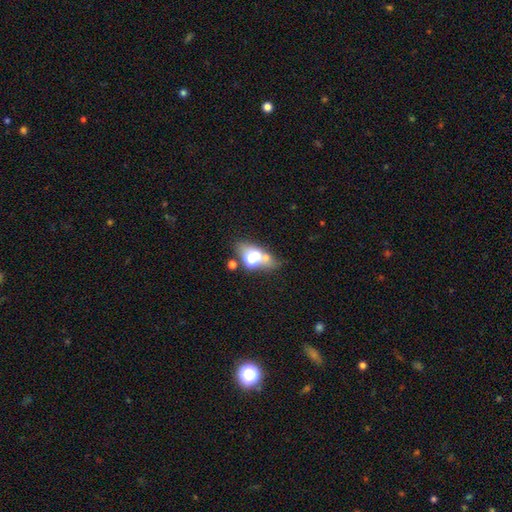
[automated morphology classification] smooth_or_featured: smooth (p=0.54) [alt: featured or disk p=0.31]
how_rounded: in between (p=0.74) [alt: round p=0.20]
merging: none (p=0.38) [alt: merger p=0.37]